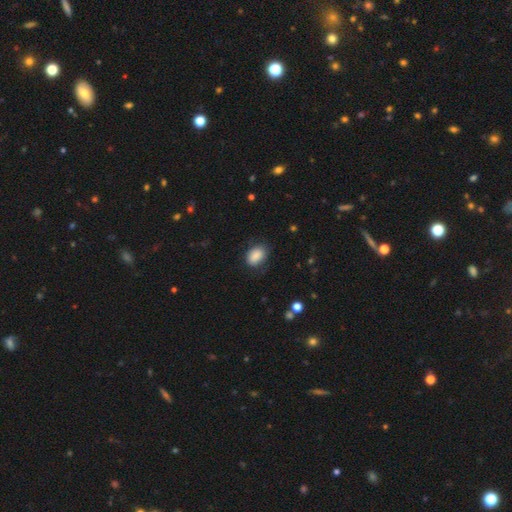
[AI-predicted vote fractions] The model was most divided on "merging": none: 76%, minor disturbance: 17%, major disturbance: 5%, merger: 1%. More confident: smooth or featured — smooth (88%); how rounded — in between (83%).